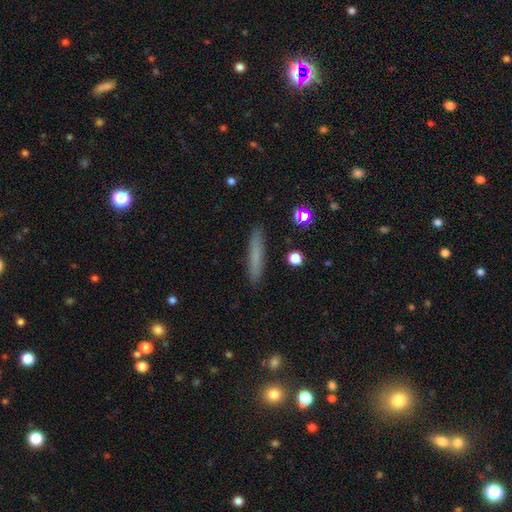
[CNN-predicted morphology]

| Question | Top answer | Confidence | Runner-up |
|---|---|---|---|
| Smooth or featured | smooth | 72% | featured or disk (20%) |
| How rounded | cigar-shaped | 94% | in between (5%) |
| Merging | none | 89% | minor disturbance (8%) |